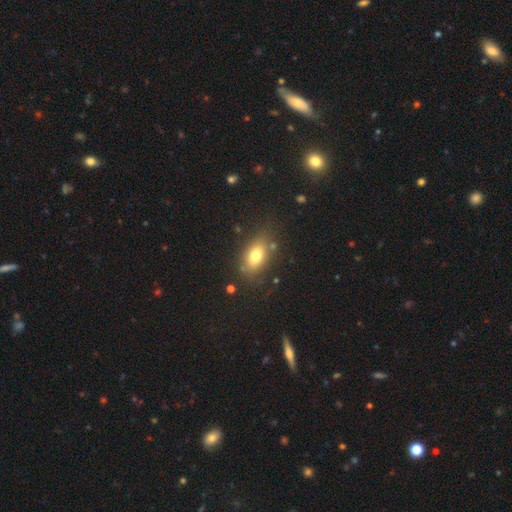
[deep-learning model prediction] Morphology: type=smooth (73%); roundness=in between (82%); merging=none (75%).